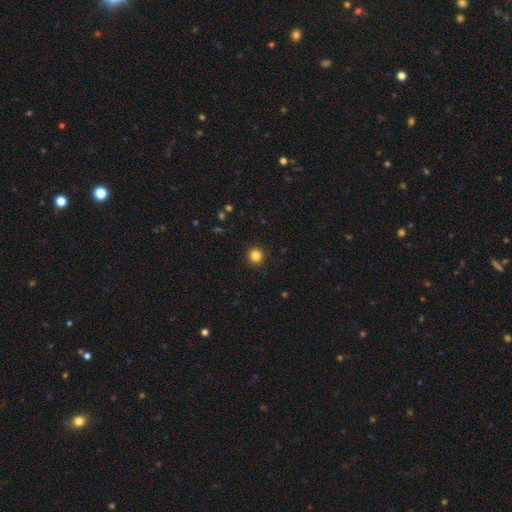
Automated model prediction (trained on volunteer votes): Smooth or featured? Predicted: smooth (p=0.84). How rounded? Predicted: round (p=0.92). Merging? Predicted: none (p=0.92).